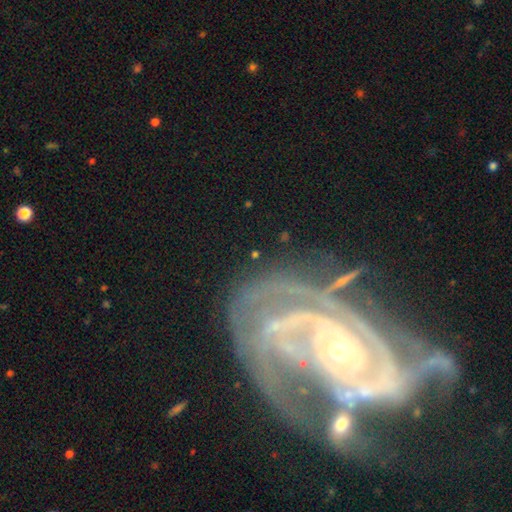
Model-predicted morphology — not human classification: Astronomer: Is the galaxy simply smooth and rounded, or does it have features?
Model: featured or disk — 65%.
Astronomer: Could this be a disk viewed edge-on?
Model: no — 90%.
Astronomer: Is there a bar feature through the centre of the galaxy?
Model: no — 34%, tied with strong at 34%.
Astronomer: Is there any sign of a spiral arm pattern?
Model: yes — 82%.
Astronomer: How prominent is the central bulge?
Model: small — 47% (runner-up: moderate, 35%).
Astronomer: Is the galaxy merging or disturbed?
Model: none — 62%.